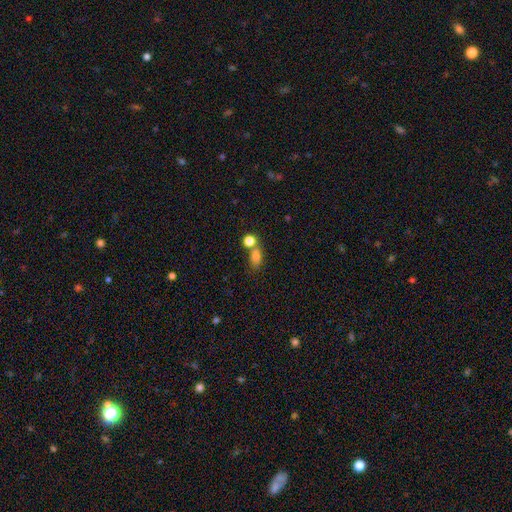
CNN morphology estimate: Smooth or featured?
  - smooth: 77% *
  - star or artifact: 15%
  - featured or disk: 9%
How rounded?
  - in between: 72% *
  - round: 24%
  - cigar-shaped: 5%
Merging?
  - none: 47% *
  - merger: 32%
  - minor disturbance: 13%
  - major disturbance: 7%